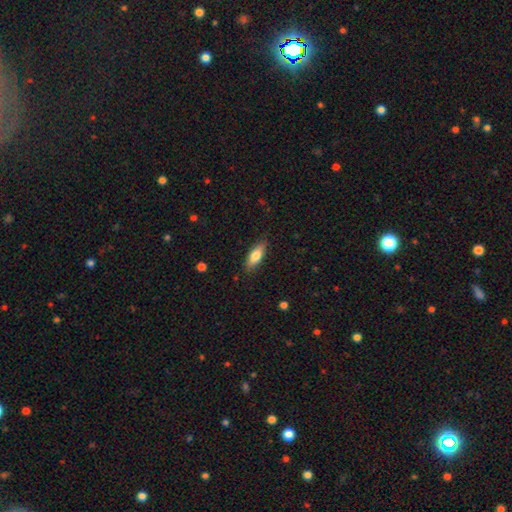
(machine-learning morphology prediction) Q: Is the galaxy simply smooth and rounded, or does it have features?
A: smooth — 76%.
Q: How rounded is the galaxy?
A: in between — 67%.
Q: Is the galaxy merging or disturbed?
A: none — 85%.